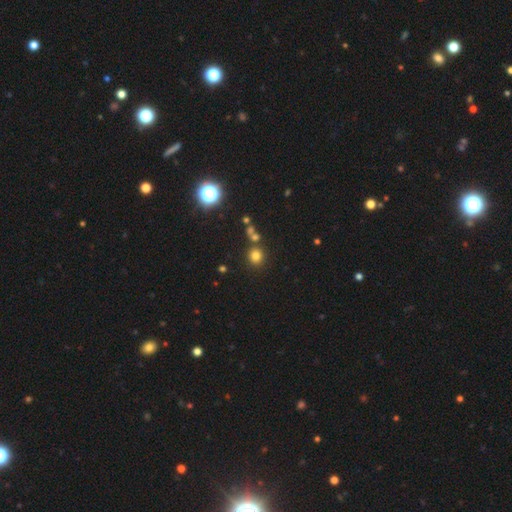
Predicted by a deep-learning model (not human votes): This is likely a smooth galaxy (75%). How rounded: clearly round (89%). Merging: likely none (76%).